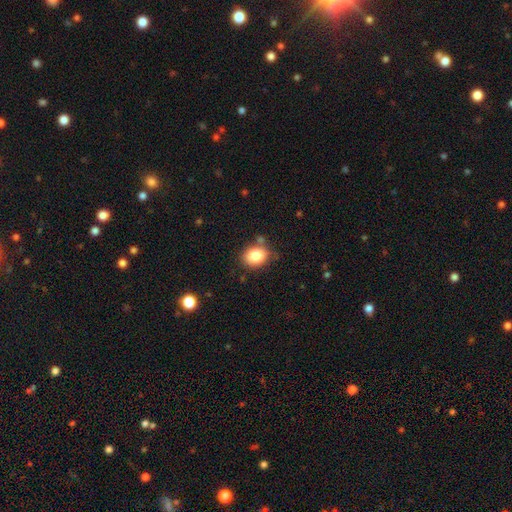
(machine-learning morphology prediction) smooth_or_featured: smooth (p=0.84) [alt: star or artifact p=0.09]
how_rounded: in between (p=0.59) [alt: round p=0.40]
merging: none (p=0.73) [alt: minor disturbance p=0.17]